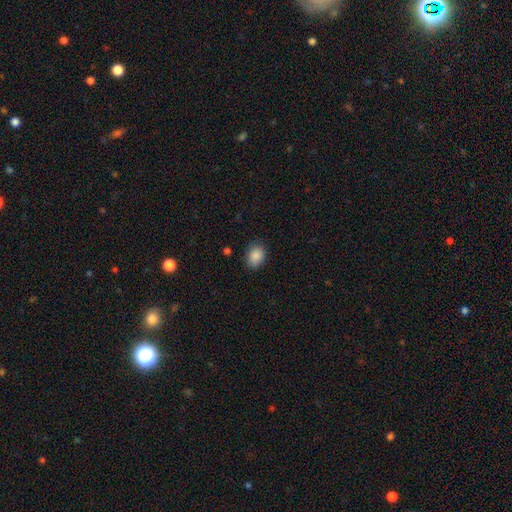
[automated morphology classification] A smooth galaxy with no disk features (88%) that is in between round and cigar-shaped (65%).

Vote fractions:
- Smooth or featured? smooth: 88% / star or artifact: 8% / featured or disk: 4%
- How rounded? in between: 65% / round: 34% / cigar-shaped: 1%
- Merging? none: 83% / minor disturbance: 13% / major disturbance: 3% / merger: 1%